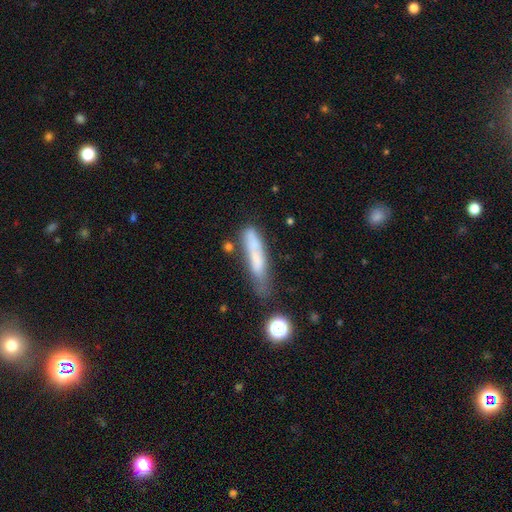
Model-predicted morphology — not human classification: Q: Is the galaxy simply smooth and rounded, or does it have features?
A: smooth — 61%.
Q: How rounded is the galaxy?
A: cigar-shaped — 83%.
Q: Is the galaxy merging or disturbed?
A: none — 46%.